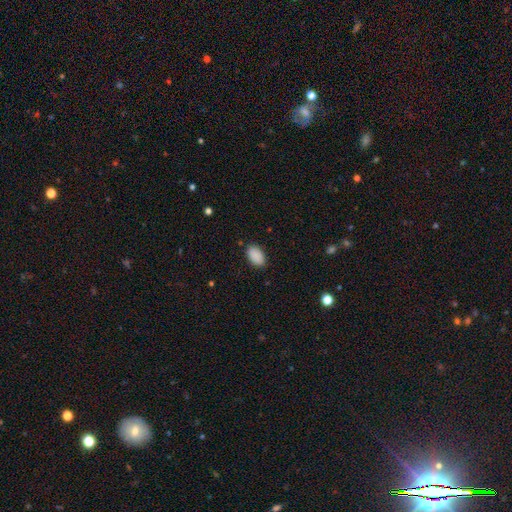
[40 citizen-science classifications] Q: Smooth or featured?
A: smooth (92%); runner-up: featured or disk (5%)
Q: How rounded?
A: in between (92%); runner-up: round (8%)
Q: Merging?
A: none (85%); runner-up: minor disturbance (15%)